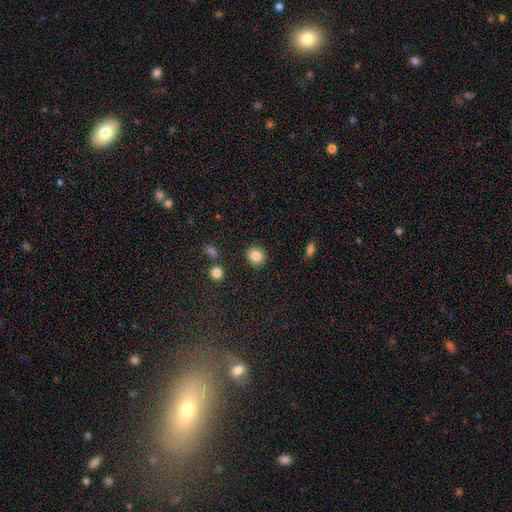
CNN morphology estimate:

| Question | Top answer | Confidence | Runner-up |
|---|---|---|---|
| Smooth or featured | smooth | 85% | star or artifact (9%) |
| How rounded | round | 88% | in between (11%) |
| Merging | none | 90% | minor disturbance (6%) |